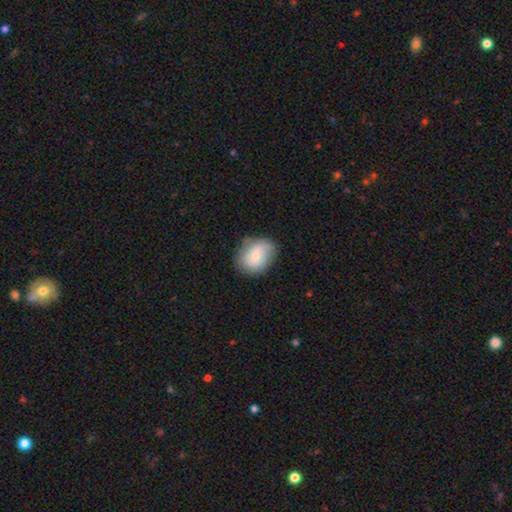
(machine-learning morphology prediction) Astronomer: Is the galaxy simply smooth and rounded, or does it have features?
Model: smooth — 61%.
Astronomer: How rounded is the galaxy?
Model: in between — 55% (runner-up: round, 44%).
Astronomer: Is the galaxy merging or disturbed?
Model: none — 70%.